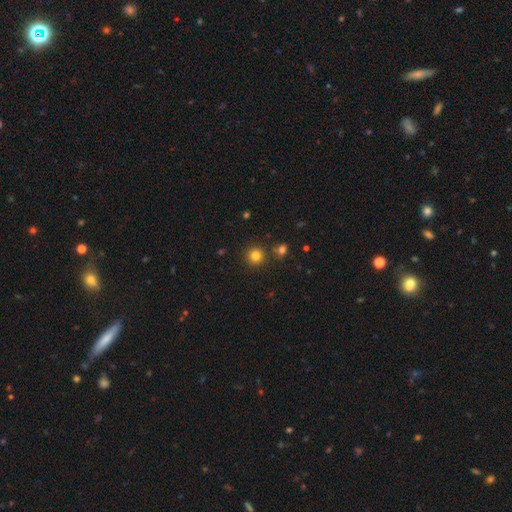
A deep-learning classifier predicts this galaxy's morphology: smooth-or-featured: smooth: 81% | star or artifact: 14% | featured or disk: 5%
  how-rounded: round: 94% | in between: 5% | cigar-shaped: 1%
  merging: none: 86% | minor disturbance: 6% | merger: 6% | major disturbance: 2%